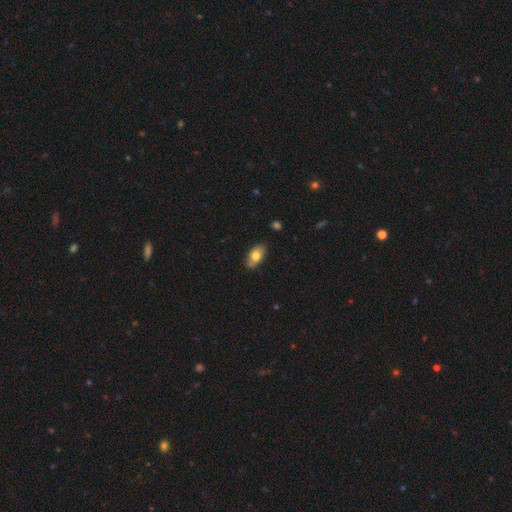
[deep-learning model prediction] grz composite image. It shows a smooth galaxy with no disk features (76%) that is in between round and cigar-shaped (92%). Merging: none (79%).